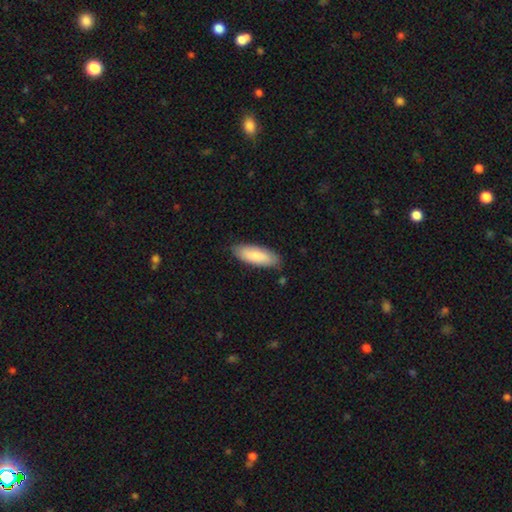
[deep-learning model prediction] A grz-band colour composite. It shows a smooth galaxy with no disk features (82%) that is in between round and cigar-shaped (69%). Merging: none (81%).